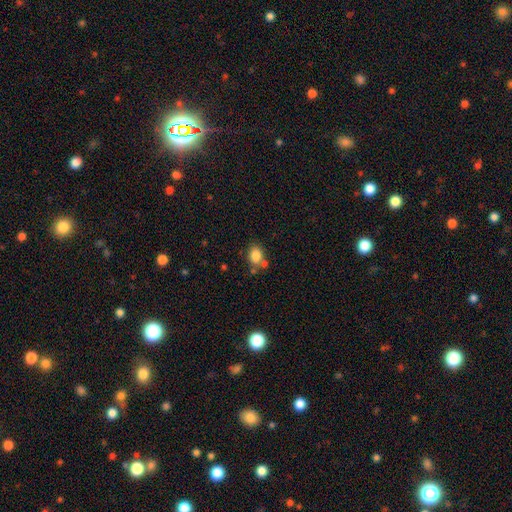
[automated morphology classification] A smooth galaxy with no disk features (82%) that is in between round and cigar-shaped (63%). Merging: none (61%).